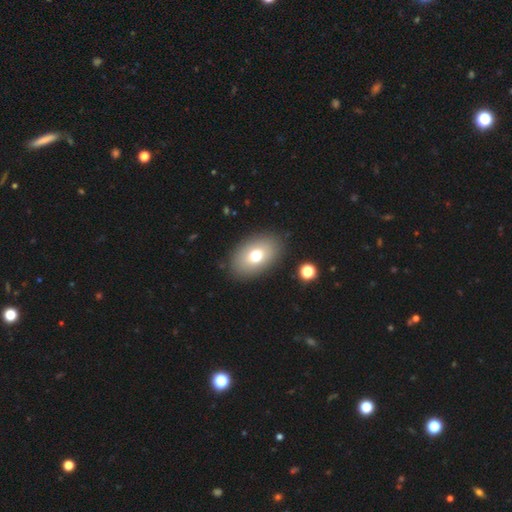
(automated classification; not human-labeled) This is likely a smooth galaxy (72%). How rounded: clearly in between (86%). Merging: clearly none (87%).